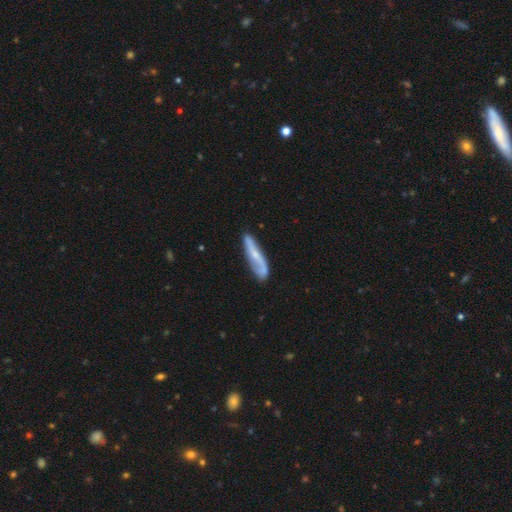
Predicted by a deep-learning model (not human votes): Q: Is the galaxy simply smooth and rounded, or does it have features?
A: featured or disk — 62%.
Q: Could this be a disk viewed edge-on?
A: no — 65%.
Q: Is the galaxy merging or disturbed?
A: none — 68%.